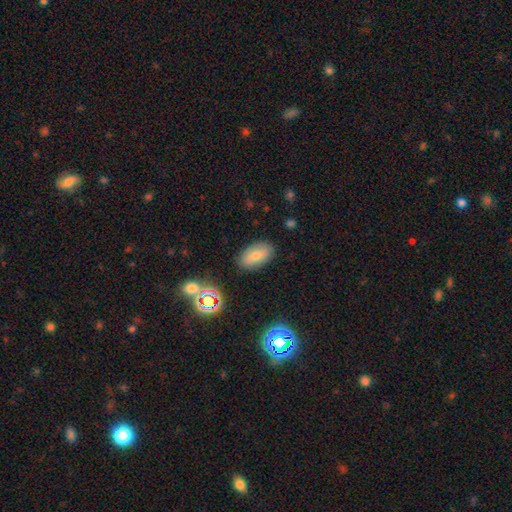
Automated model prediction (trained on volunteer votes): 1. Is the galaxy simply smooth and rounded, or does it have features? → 72% smooth, 18% featured or disk, 10% star or artifact.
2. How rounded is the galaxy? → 91% in between, 6% round, 3% cigar-shaped.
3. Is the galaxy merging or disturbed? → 85% none, 11% minor disturbance, 3% major disturbance, 2% merger.